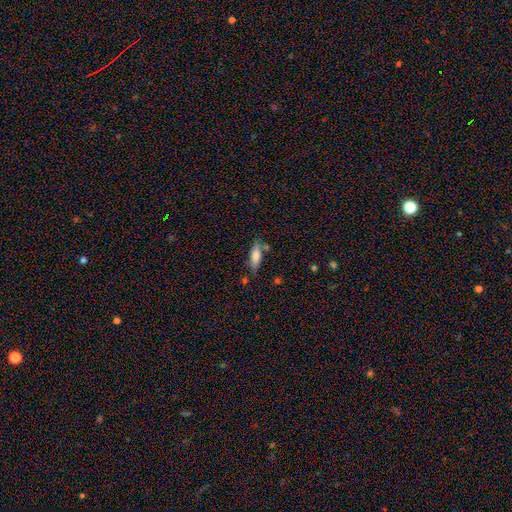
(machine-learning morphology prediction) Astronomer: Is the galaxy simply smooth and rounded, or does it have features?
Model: smooth — 75%.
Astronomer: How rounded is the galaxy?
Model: in between — 63%.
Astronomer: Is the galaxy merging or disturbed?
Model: none — 66%.